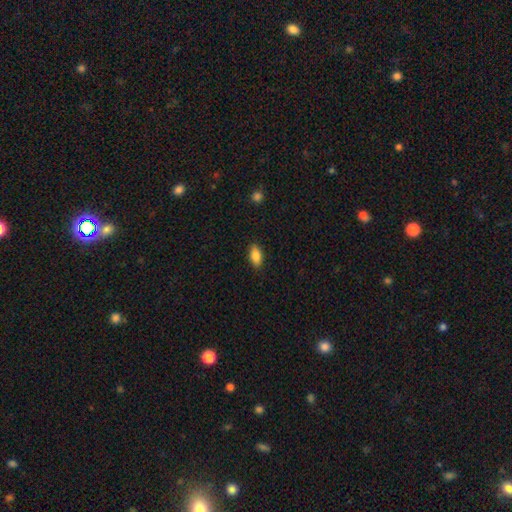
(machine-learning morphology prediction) Smooth or featured? smooth (85%)
How rounded? in between (90%)
Merging? none (87%)